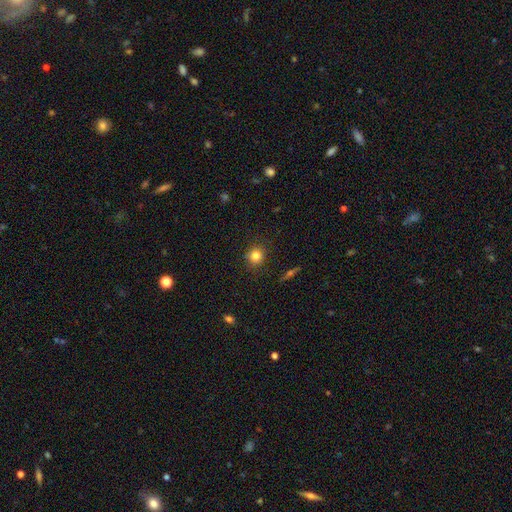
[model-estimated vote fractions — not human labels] A smooth galaxy with no disk features (81%) that is round (89%). Merging: none (88%).